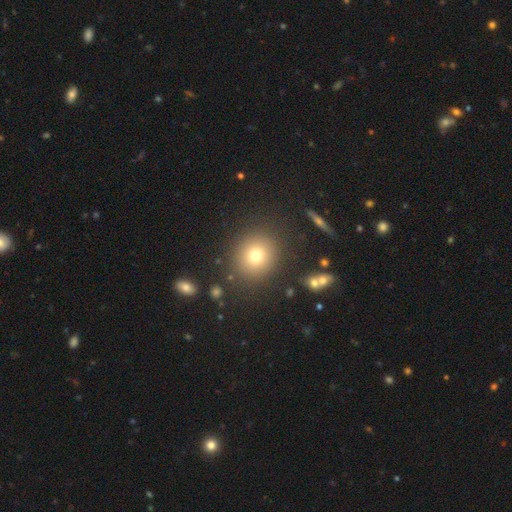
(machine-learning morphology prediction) Q: Smooth or featured?
A: smooth (74%); runner-up: star or artifact (16%)
Q: How rounded?
A: round (83%); runner-up: in between (15%)
Q: Merging?
A: none (87%); runner-up: minor disturbance (7%)